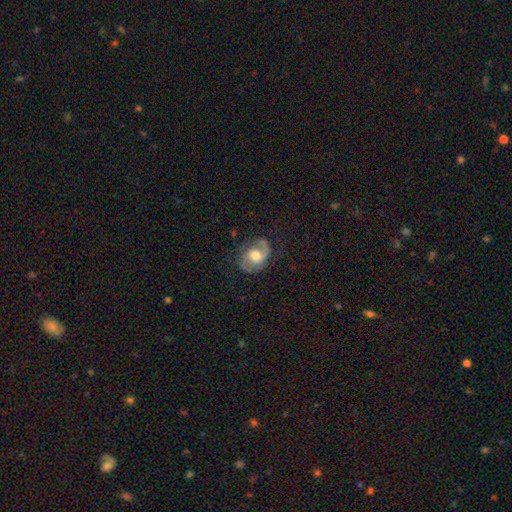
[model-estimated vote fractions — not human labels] A featured or disk galaxy (75%) with no bar (45%, tied with weak), 2 (84%) medium (50%) spiral arms (92%) and a moderate central bulge (63%).

Vote fractions:
- Smooth or featured? featured or disk: 75% / smooth: 18% / star or artifact: 6%
- Edge-on disk? no: 97% / yes: 3%
- Bar? no: 45% (tied) / weak: 45% (tied) / strong: 10%
- Spiral arms? yes: 92% / no: 8%
- Spiral winding? medium: 50% / loose: 32% / tight: 18%
- Spiral arm count? 2: 84% / 1: 8% / can't tell: 5% / 3: 1% / 4: 1% / more than 4: 1%
- Bulge size? moderate: 63% / large: 22% / small: 12% / none: 2% / dominant: 1%
- Merging? none: 69% / minor disturbance: 20% / major disturbance: 10% / merger: 2%